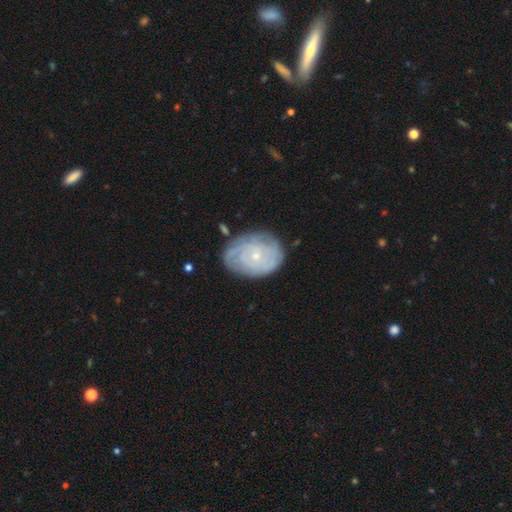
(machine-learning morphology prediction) The model was most divided on "spiral arm count": can't tell: 47%, 2: 16%, 3: 15%, 4: 11%, more than 4: 6%, 1: 5%. More confident: edge-on disk — no (97%); spiral arms — yes (89%); bulge size — small (79%); bar — no (78%); spiral winding — tight (74%); merging — none (74%); smooth or featured — featured or disk (71%).